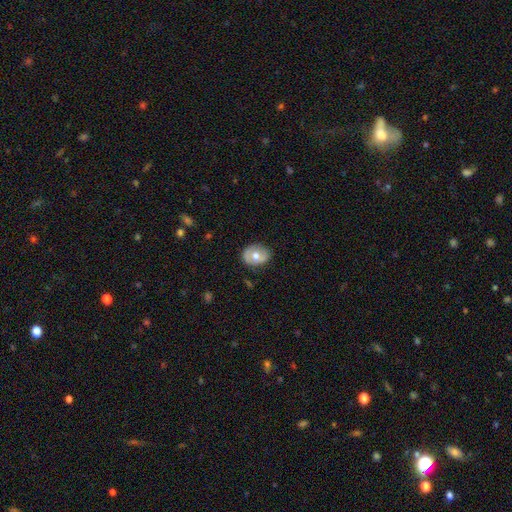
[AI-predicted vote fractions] Smooth or featured? Predicted: smooth (p=0.53). How rounded? Predicted: in between (p=0.50). Merging? Predicted: none (p=0.78).